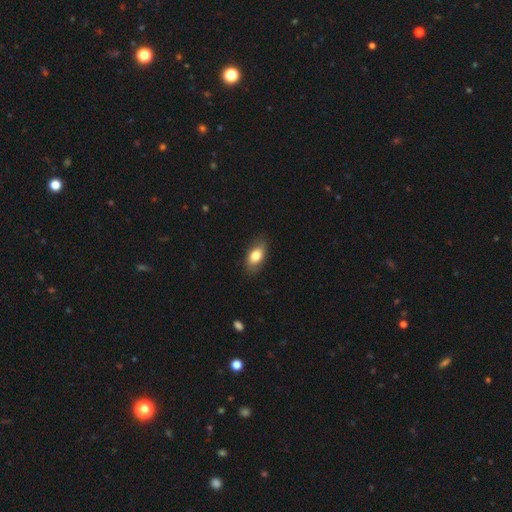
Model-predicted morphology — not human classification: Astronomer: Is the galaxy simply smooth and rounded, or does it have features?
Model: smooth — 79%.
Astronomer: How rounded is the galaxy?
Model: in between — 89%.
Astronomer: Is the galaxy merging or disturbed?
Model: none — 82%.